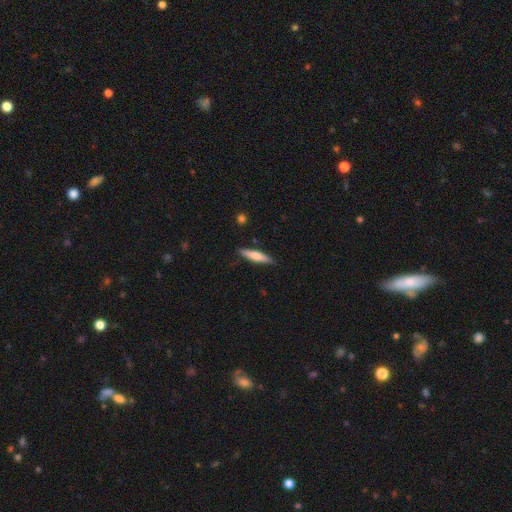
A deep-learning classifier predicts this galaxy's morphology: Smooth or featured: smooth — 59% (featured or disk — 35%)
How rounded: cigar-shaped — 84% (in between — 15%)
Merging: none — 87% (minor disturbance — 10%)